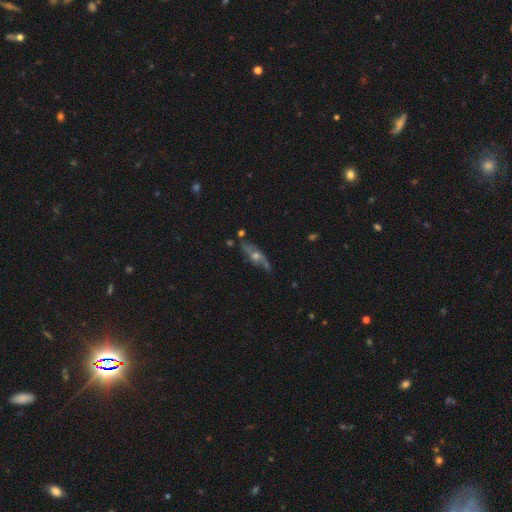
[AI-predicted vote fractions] Smooth or featured? featured or disk (69%)
Edge-on disk? no (50%, tied with yes)
Merging? none (66%)